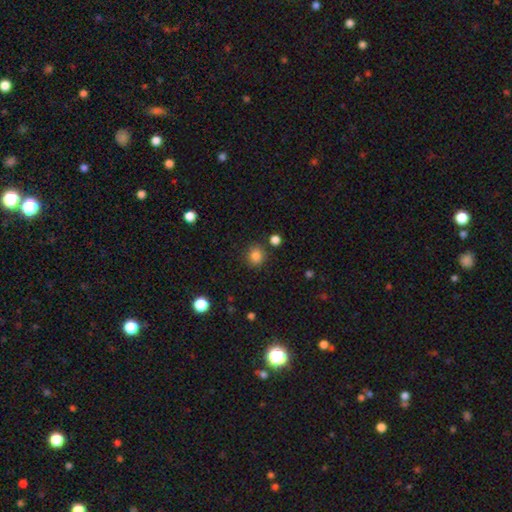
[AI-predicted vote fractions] A smooth galaxy with no disk features (84%) that is round (85%).

Vote fractions:
- Smooth or featured? smooth: 84% / star or artifact: 12% / featured or disk: 5%
- How rounded? round: 85% / in between: 14% / cigar-shaped: 1%
- Merging? none: 84% / minor disturbance: 9% / merger: 4% / major disturbance: 3%